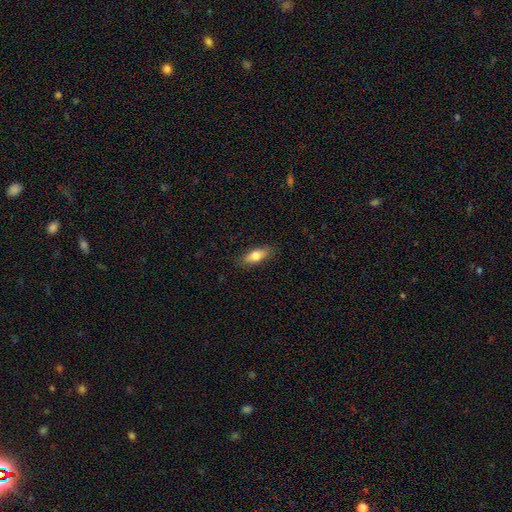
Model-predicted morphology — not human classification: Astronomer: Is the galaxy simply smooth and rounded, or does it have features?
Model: smooth — 76%.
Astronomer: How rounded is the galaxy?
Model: in between — 74%.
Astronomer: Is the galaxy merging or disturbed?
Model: none — 84%.